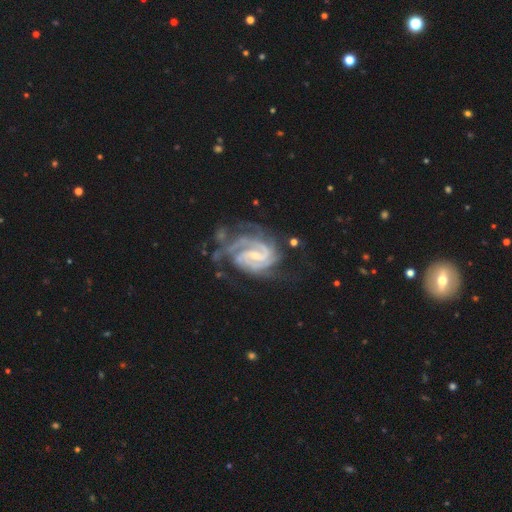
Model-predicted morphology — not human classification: type=featured or disk (92%); edge-on=no (98%); bar=weak (51%); spiral arms=yes (98%); winding=tight (59%); arm count=2 (37%); bulge=small (62%); merging=none (50%).